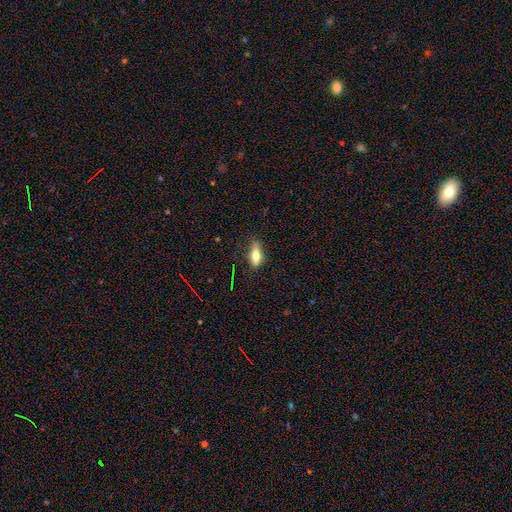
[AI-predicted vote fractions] A smooth galaxy with no disk features (67%) that is in between round and cigar-shaped (65%).

Vote fractions:
- Smooth or featured? smooth: 67% / featured or disk: 24% / star or artifact: 9%
- How rounded? in between: 65% / cigar-shaped: 32% / round: 4%
- Merging? none: 67% / minor disturbance: 24% / major disturbance: 7% / merger: 2%